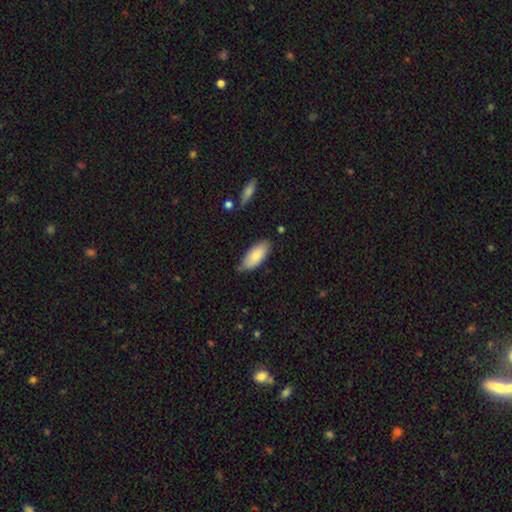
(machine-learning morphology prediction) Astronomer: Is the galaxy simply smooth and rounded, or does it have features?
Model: smooth — 80%.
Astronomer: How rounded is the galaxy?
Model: in between — 88%.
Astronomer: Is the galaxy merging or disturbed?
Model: none — 77%.